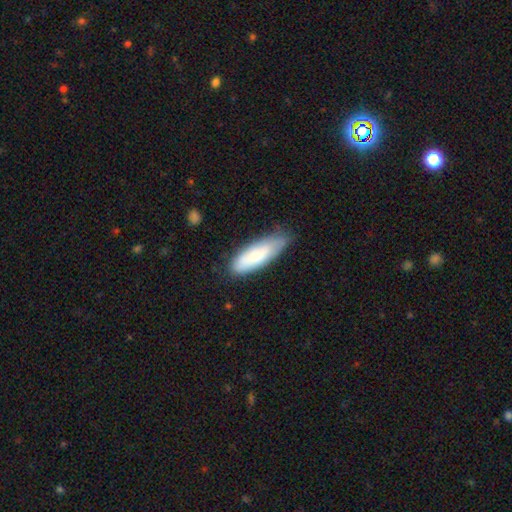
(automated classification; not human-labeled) Q: Smooth or featured?
A: smooth (74%); runner-up: featured or disk (21%)
Q: How rounded?
A: in between (58%); runner-up: cigar-shaped (40%)
Q: Merging?
A: none (71%); runner-up: minor disturbance (24%)